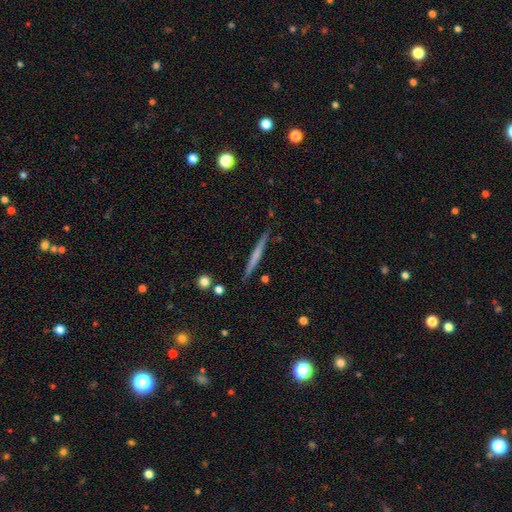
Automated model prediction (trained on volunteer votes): Morphology: type=featured or disk (52%); edge-on=yes (97%); edge-on bulge=none (74%); merging=none (89%).